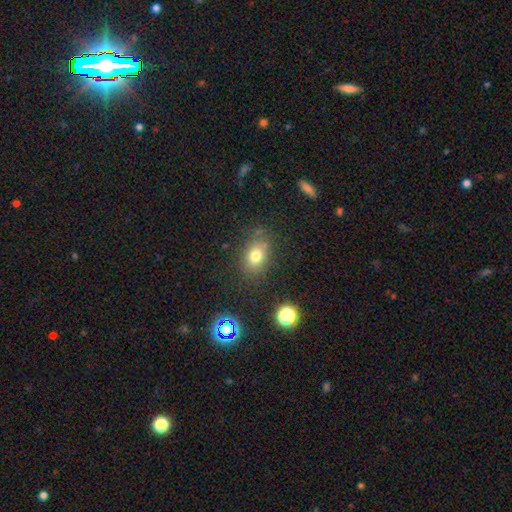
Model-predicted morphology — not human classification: Smooth or featured? smooth (75%)
How rounded? in between (63%)
Merging? none (75%)